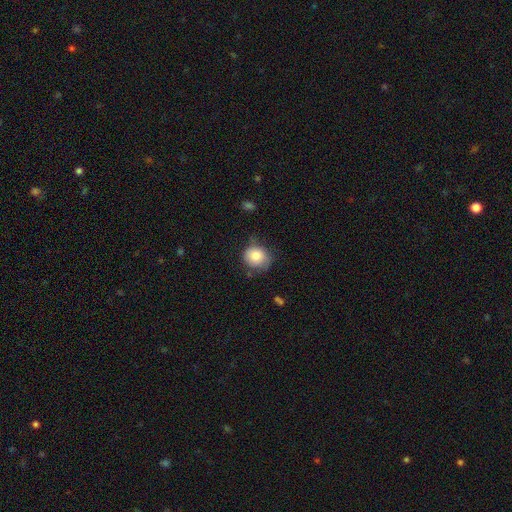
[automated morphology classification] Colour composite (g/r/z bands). It shows a smooth galaxy with no disk features (83%) that is round (81%). Merging: none (62%).